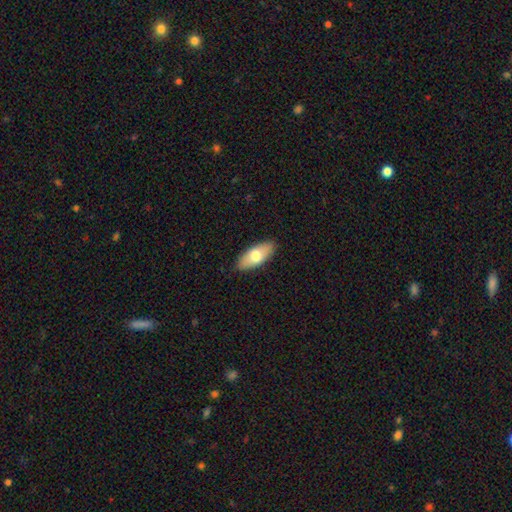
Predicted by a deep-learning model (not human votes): smooth-or-featured: smooth: 69% | featured or disk: 25% | star or artifact: 6%
  how-rounded: in between: 85% | cigar-shaped: 12% | round: 3%
  merging: none: 87% | minor disturbance: 10% | major disturbance: 2% | merger: 1%